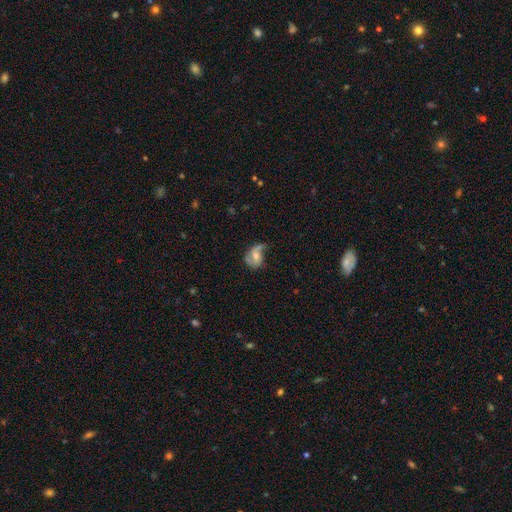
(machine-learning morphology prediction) The model was most divided on "spiral winding": loose: 47%, medium: 38%, tight: 15%. Remaining: edge-on disk — no (97%); spiral arms — yes (88%); smooth or featured — featured or disk (68%); spiral arm count — 2 (68%); bar — no (60%); bulge size — moderate (59%); merging — none (42%).